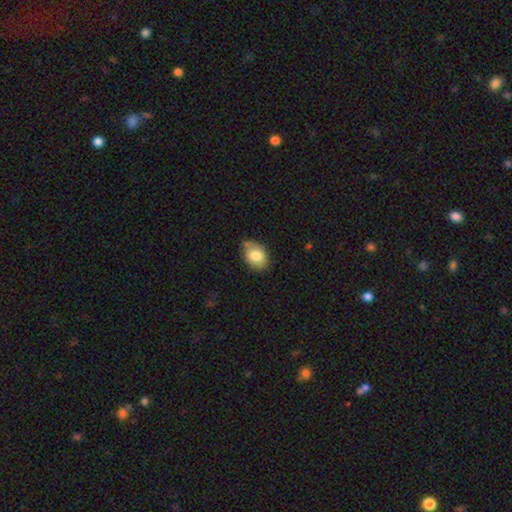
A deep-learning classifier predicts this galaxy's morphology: This appears to be a smooth galaxy with no disk features (79%) that is in between round and cigar-shaped (78%). Merging: none (57%).